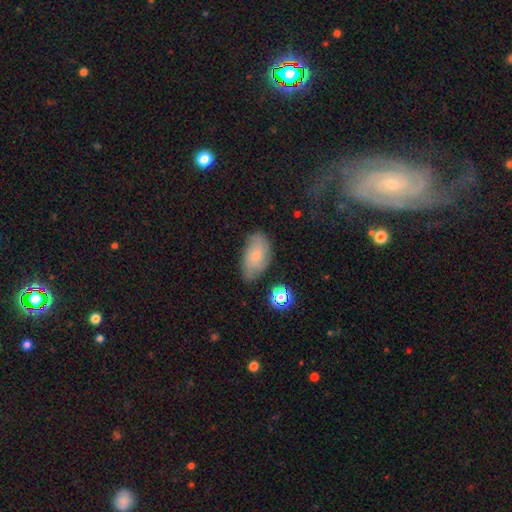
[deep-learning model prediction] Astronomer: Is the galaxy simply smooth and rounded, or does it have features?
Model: smooth — 57% (runner-up: featured or disk, 33%).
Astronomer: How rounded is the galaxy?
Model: in between — 91%.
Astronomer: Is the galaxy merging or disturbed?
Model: none — 64%.